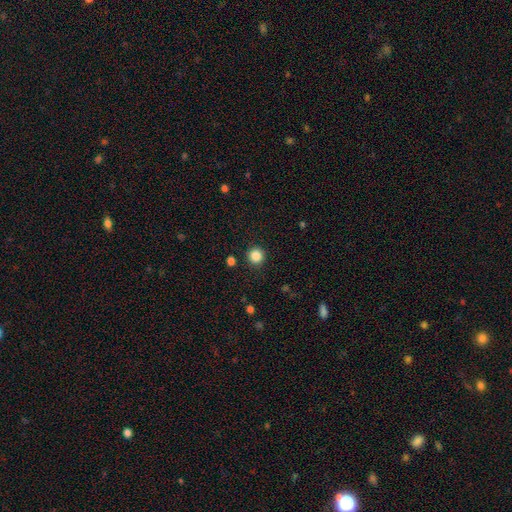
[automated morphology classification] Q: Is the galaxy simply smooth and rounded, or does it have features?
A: smooth — 86%.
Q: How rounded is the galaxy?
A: round — 94%.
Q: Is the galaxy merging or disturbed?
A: none — 91%.